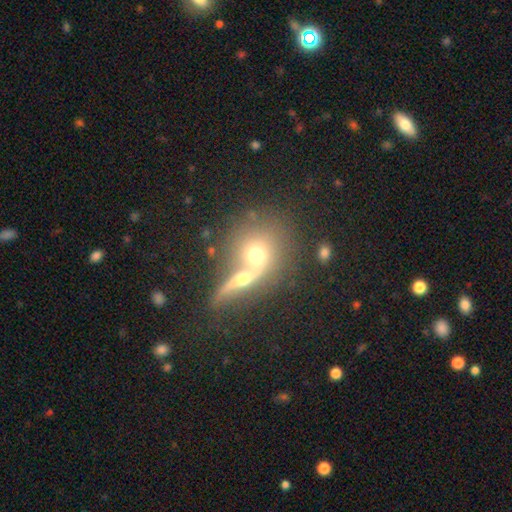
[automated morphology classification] smooth-or-featured: smooth: 51% | featured or disk: 35% | star or artifact: 14%
  how-rounded: round: 69% | in between: 24% | cigar-shaped: 6%
  merging: merger: 60% | none: 27% | minor disturbance: 7% | major disturbance: 6%